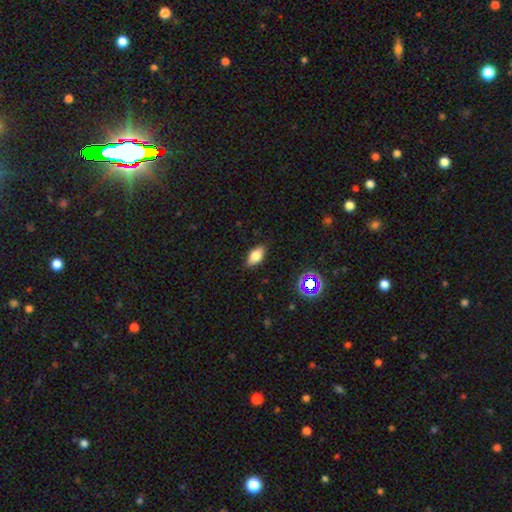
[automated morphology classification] Smooth or featured? smooth (74%)
How rounded? in between (86%)
Merging? none (86%)